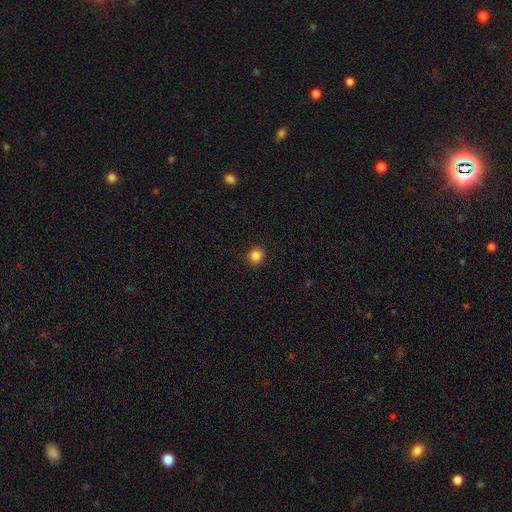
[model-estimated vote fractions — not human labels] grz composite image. It shows a smooth galaxy with no disk features (85%) that is round (90%). Merging: none (92%).